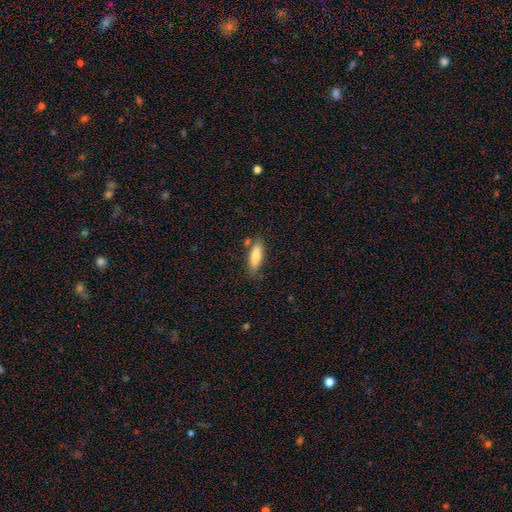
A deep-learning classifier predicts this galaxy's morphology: This appears to be a smooth galaxy with no disk features (81%) that is in between round and cigar-shaped (50%). Merging: none (75%).